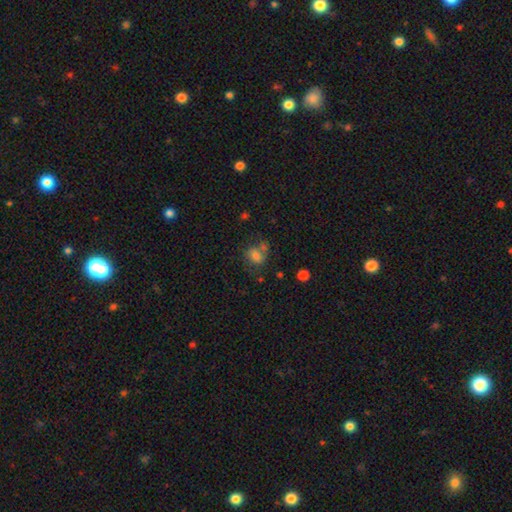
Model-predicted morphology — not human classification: Overall: smooth (73%). How rounded: round (51%; in between 48%). Merging: none (44%; merger 26%).